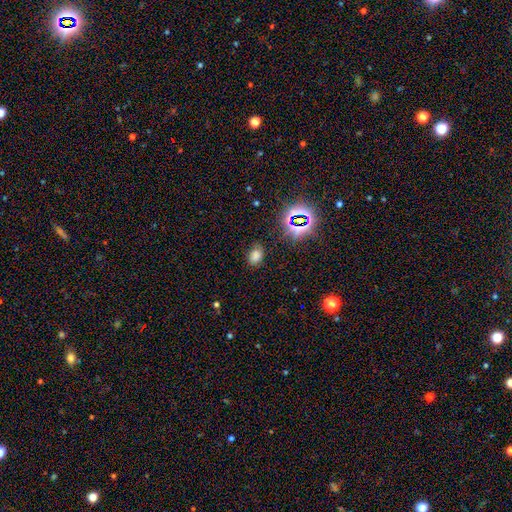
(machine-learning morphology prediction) The model was most divided on "smooth or featured": smooth: 67%, star or artifact: 25%, featured or disk: 8%. More confident: how rounded — in between (77%); merging — none (73%).